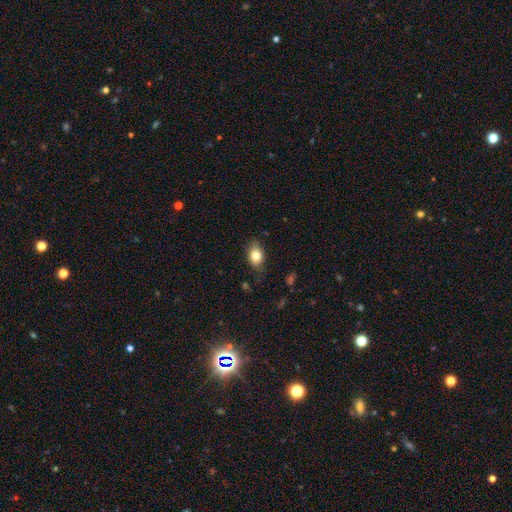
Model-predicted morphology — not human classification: Overall: smooth (81%). How rounded: in between (81%). Merging: none (79%).